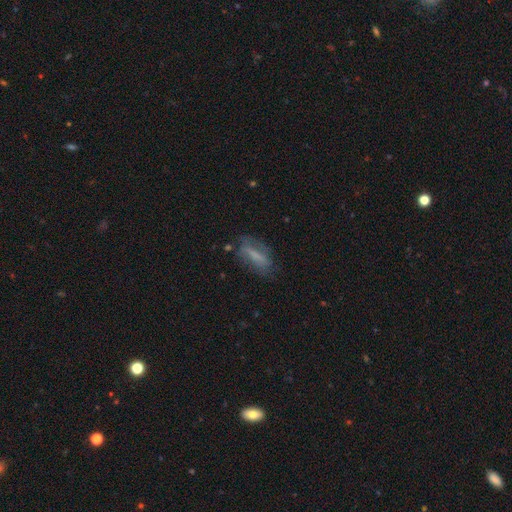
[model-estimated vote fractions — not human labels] smooth_or_featured: smooth (p=0.53) [alt: featured or disk p=0.37]
how_rounded: in between (p=0.59) [alt: cigar-shaped p=0.38]
merging: none (p=0.62) [alt: minor disturbance p=0.23]